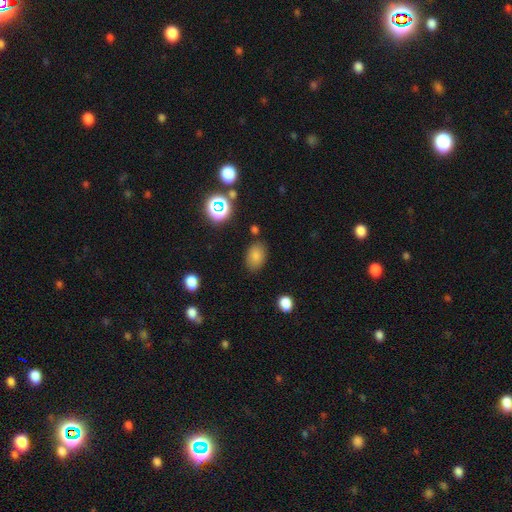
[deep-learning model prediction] Smooth or featured: smooth — 81% (star or artifact — 12%)
How rounded: in between — 84% (round — 15%)
Merging: none — 82% (minor disturbance — 12%)